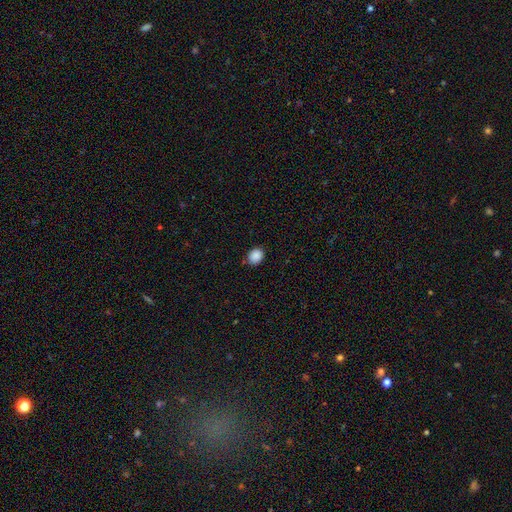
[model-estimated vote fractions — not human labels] Morphology: type=smooth (88%); roundness=round (63%); merging=none (83%).